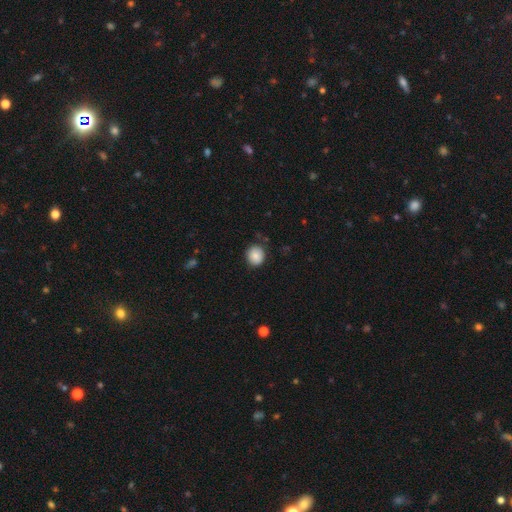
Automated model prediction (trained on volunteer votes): This appears to be a smooth galaxy with no disk features (86%) that is round (80%). Merging: none (84%).